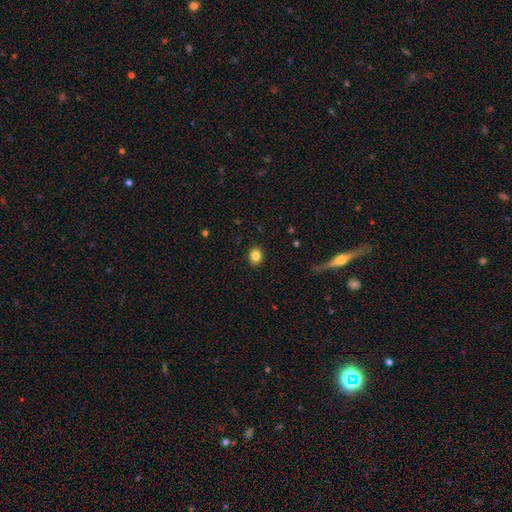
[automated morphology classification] smooth-or-featured: smooth: 84% | star or artifact: 10% | featured or disk: 6%
  how-rounded: round: 56% | in between: 43% | cigar-shaped: 1%
  merging: none: 90% | minor disturbance: 7% | major disturbance: 2% | merger: 1%